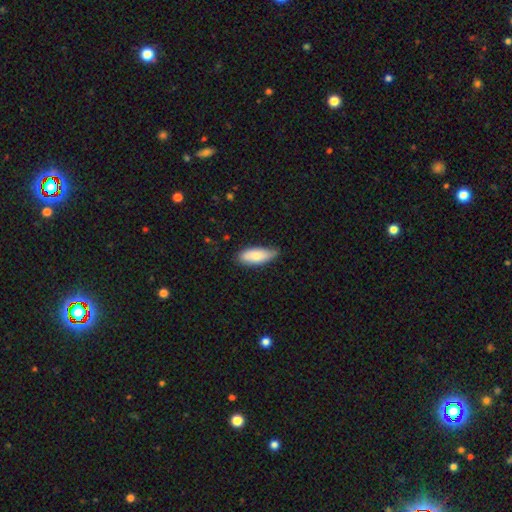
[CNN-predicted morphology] Q: Smooth or featured?
A: smooth (75%); runner-up: featured or disk (19%)
Q: How rounded?
A: in between (80%); runner-up: cigar-shaped (18%)
Q: Merging?
A: none (64%); runner-up: minor disturbance (30%)